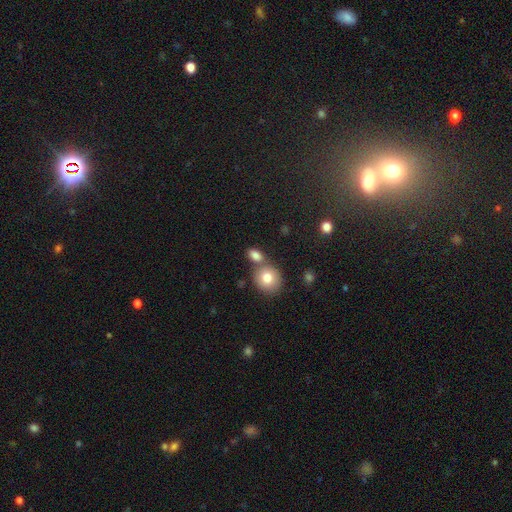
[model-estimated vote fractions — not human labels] Overall: smooth (82%). How rounded: in between (71%). Merging: none (54%; merger 31%).